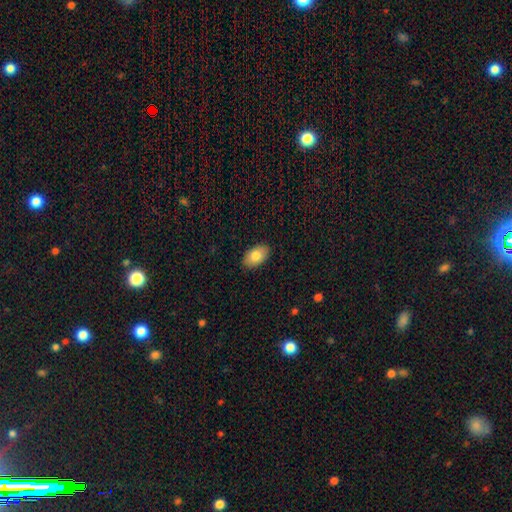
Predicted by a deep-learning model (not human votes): This is clearly a smooth galaxy (82%). How rounded: clearly in between (93%). Merging: clearly none (89%).